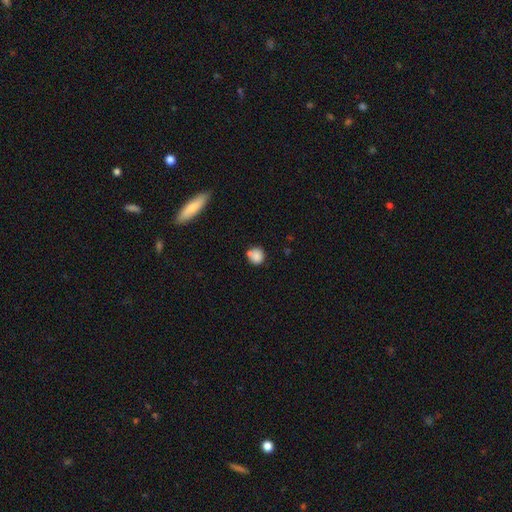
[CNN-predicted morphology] The model was most divided on "merging": none: 60%, merger: 19%, minor disturbance: 16%, major disturbance: 4%. More confident: how rounded — round (84%); smooth or featured — smooth (83%).